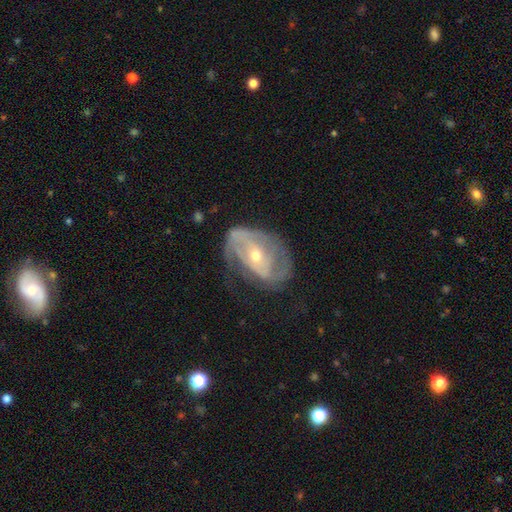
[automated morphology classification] type=featured or disk (83%); edge-on=no (96%); bar=no (42%); spiral arms=yes (88%); winding=tight (42%); arm count=2 (58%); bulge=small (53%); merging=none (54%).